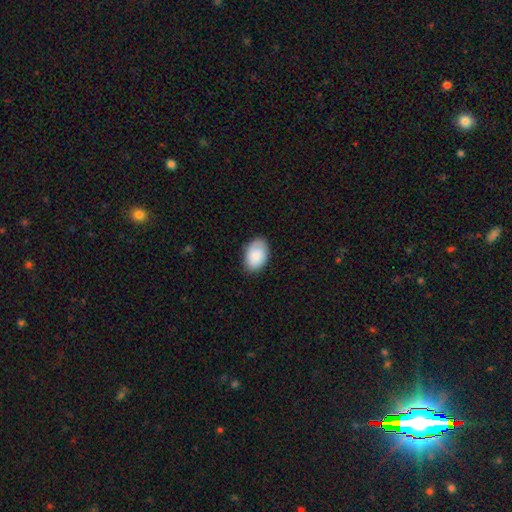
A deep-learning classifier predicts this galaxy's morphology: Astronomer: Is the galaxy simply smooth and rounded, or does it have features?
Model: smooth — 86%.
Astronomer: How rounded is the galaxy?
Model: in between — 89%.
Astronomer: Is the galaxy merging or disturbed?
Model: none — 82%.